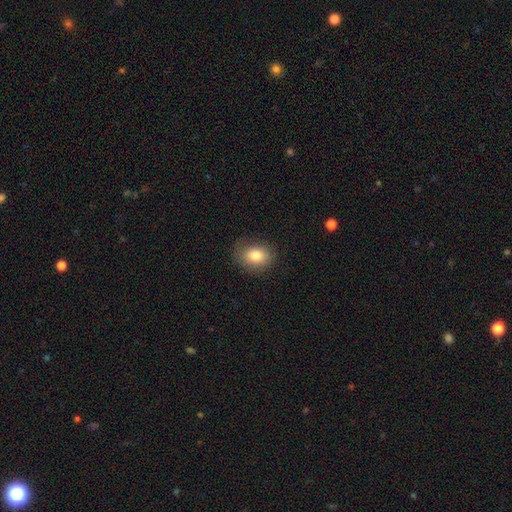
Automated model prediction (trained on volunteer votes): smooth_or_featured: smooth (p=0.82) [alt: featured or disk p=0.09]
how_rounded: in between (p=0.56) [alt: round p=0.43]
merging: none (p=0.78) [alt: minor disturbance p=0.16]